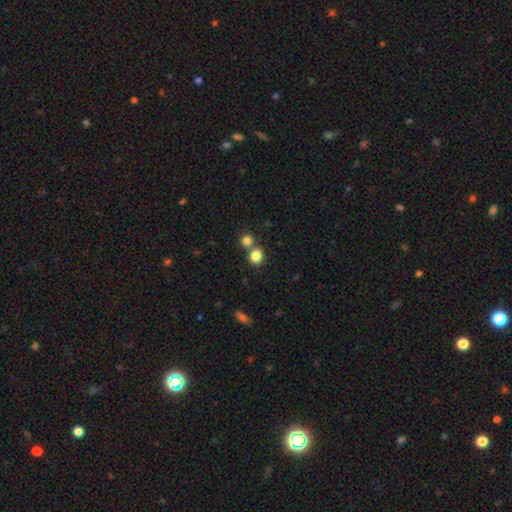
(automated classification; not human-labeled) Smooth or featured: smooth — 83% (star or artifact — 11%)
How rounded: round — 73% (in between — 26%)
Merging: none — 59% (merger — 31%)